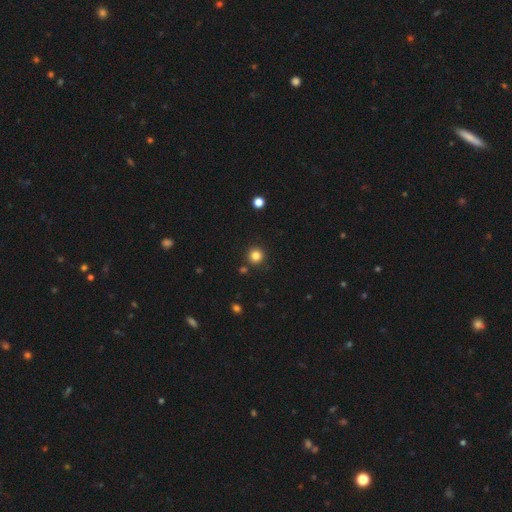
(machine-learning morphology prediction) This is clearly a smooth galaxy (82%). How rounded: clearly round (95%). Merging: clearly none (89%).